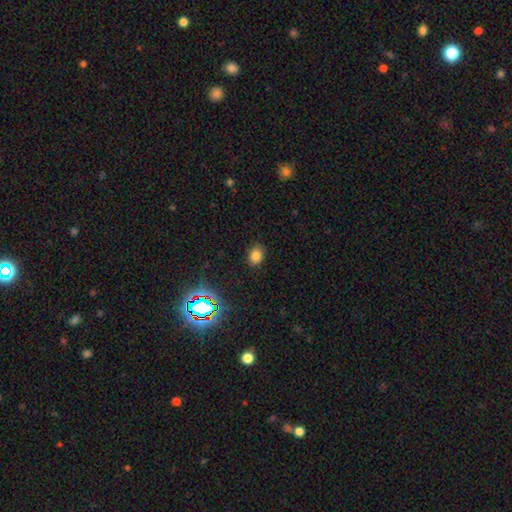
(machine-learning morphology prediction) smooth-or-featured: smooth: 78% | star or artifact: 16% | featured or disk: 6%
  how-rounded: in between: 55% | round: 43% | cigar-shaped: 1%
  merging: none: 86% | minor disturbance: 10% | major disturbance: 3% | merger: 1%